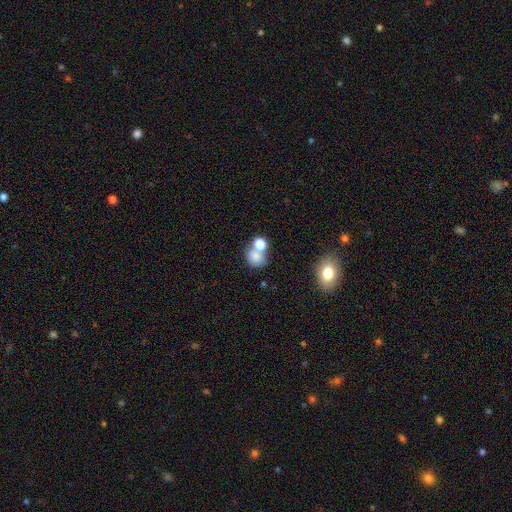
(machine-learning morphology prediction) smooth-or-featured: smooth: 77% | star or artifact: 12% | featured or disk: 11%
  how-rounded: round: 70% | in between: 29% | cigar-shaped: 1%
  merging: none: 42% (tied) | merger: 42% (tied) | minor disturbance: 11% | major disturbance: 6%